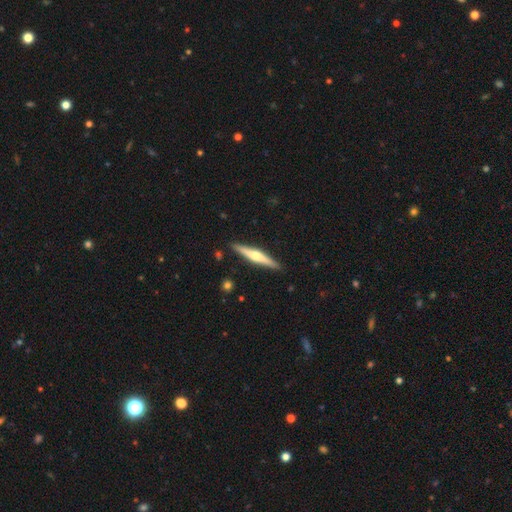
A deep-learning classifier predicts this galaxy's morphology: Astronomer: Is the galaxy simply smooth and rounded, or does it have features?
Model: featured or disk — 70%.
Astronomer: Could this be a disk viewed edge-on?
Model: yes — 98%.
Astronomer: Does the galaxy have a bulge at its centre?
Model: rounded — 91%.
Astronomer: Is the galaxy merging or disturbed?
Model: none — 91%.